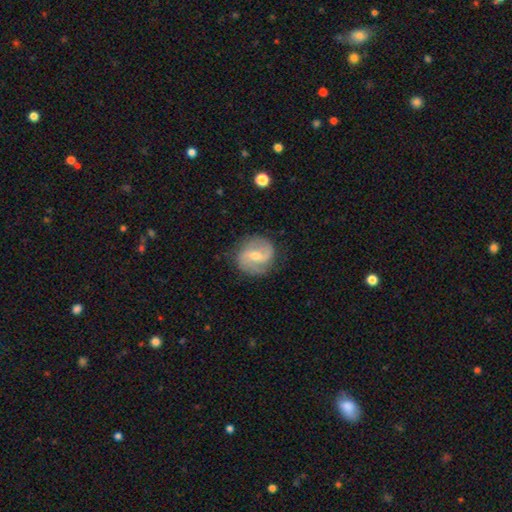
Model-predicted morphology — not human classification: Smooth or featured?
  - featured or disk: 75% *
  - smooth: 19%
  - star or artifact: 6%
Edge-on disk?
  - no: 97% *
  - yes: 3%
Bar?
  - weak: 53% *
  - strong: 25%
  - no: 23%
Spiral arms?
  - yes: 91% *
  - no: 9%
Spiral winding?
  - medium: 45% *
  - loose: 34%
  - tight: 21%
Spiral arm count?
  - 2: 84% *
  - can't tell: 7%
  - 1: 3%
  - 3: 3%
  - 4: 1%
  - more than 4: 1%
Bulge size?
  - moderate: 52% *
  - small: 44%
  - large: 2%
  - none: 2%
  - dominant: 1%
Merging?
  - none: 80% *
  - minor disturbance: 14%
  - major disturbance: 5%
  - merger: 1%